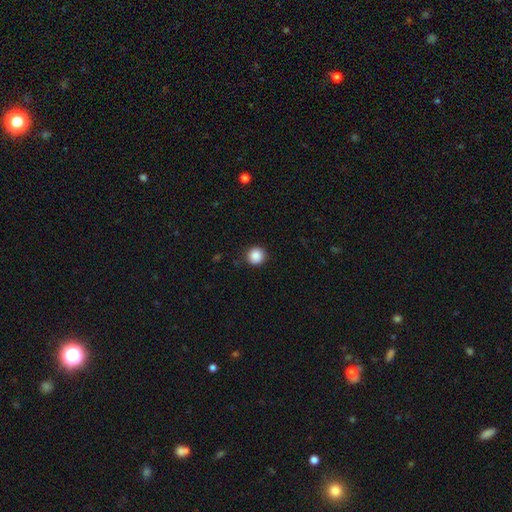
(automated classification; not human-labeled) smooth_or_featured: smooth (p=0.88) [alt: star or artifact p=0.09]
how_rounded: round (p=0.94) [alt: in between p=0.05]
merging: none (p=0.90) [alt: minor disturbance p=0.07]